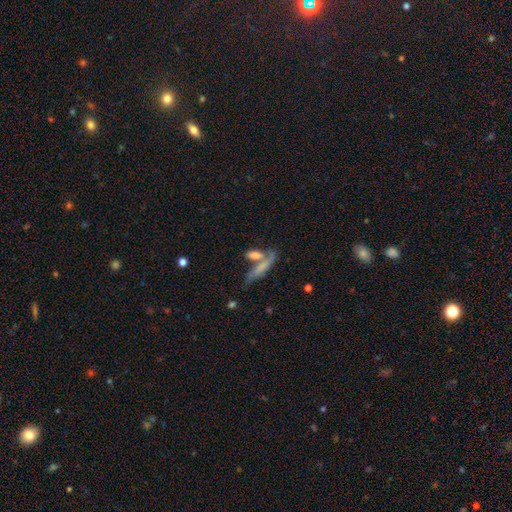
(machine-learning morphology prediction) type=smooth (66%); roundness=cigar-shaped (57%); merging=merger (44%).